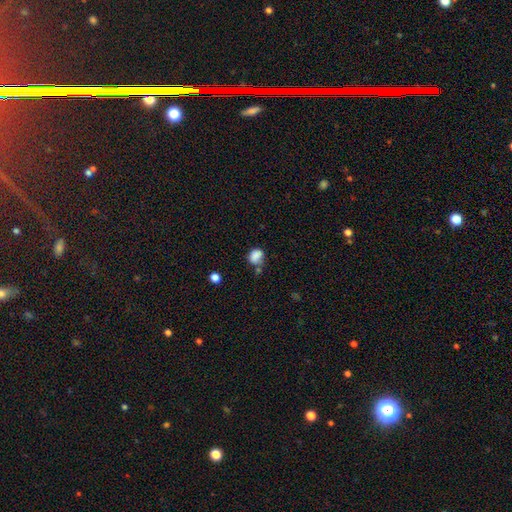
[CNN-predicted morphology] smooth 82%, star or artifact 10%, featured or disk 8%. Down the decision tree: how rounded — round (54%); merging — none (50%).